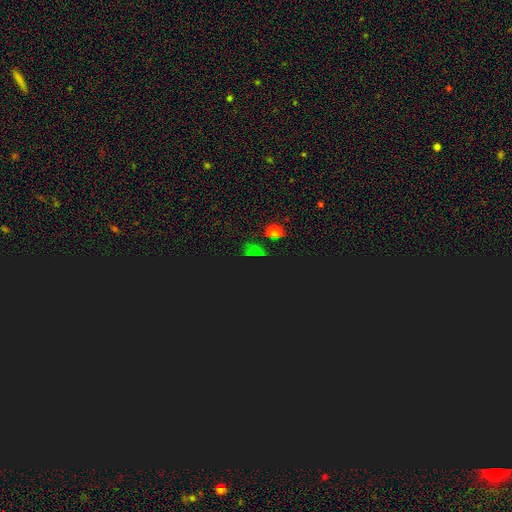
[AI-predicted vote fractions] Q: Smooth or featured?
A: star or artifact (73%); runner-up: smooth (20%)